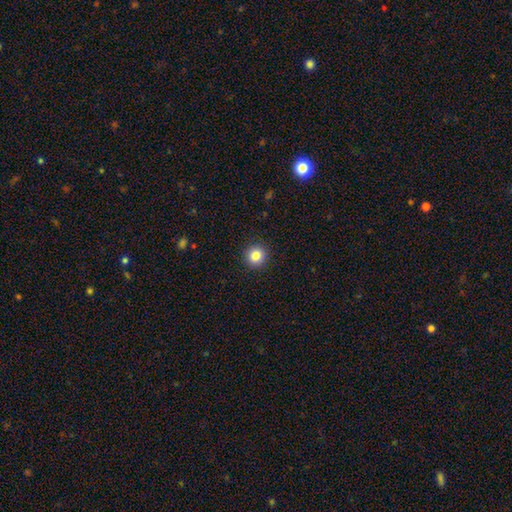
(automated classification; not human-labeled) smooth-or-featured: smooth: 83% | star or artifact: 11% | featured or disk: 6%
  how-rounded: round: 94% | in between: 5% | cigar-shaped: 1%
  merging: none: 93% | minor disturbance: 5% | major disturbance: 2% | merger: 1%